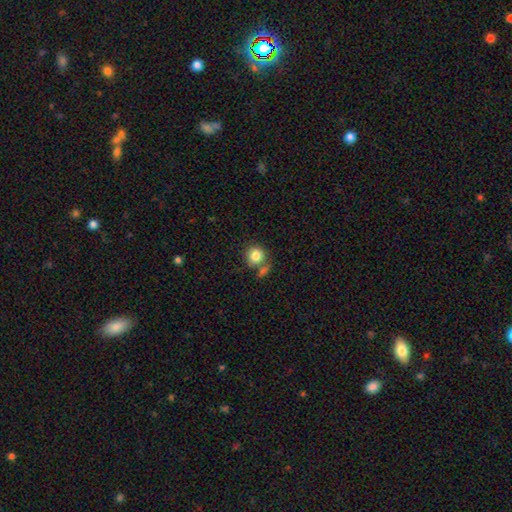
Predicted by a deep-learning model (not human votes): Smooth or featured: smooth — 84% (star or artifact — 9%)
How rounded: round — 85% (in between — 14%)
Merging: none — 59% (merger — 23%)